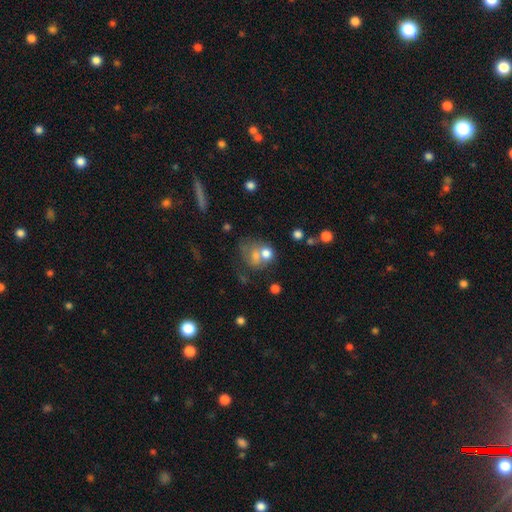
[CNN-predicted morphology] type=smooth (59%); roundness=round (56%); merging=merger (41%).